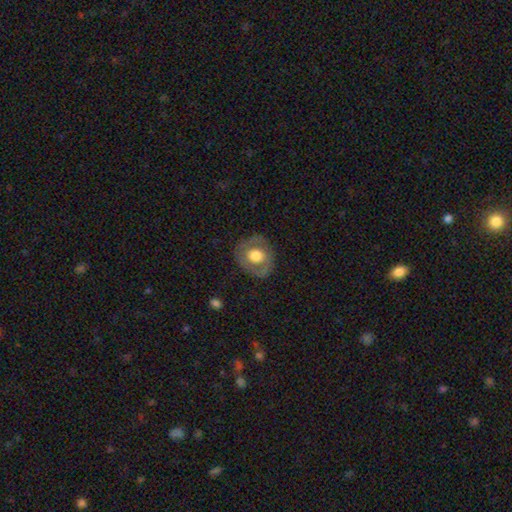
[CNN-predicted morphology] Smooth or featured? Predicted: smooth (p=0.50). How rounded? Predicted: round (p=0.74). Merging? Predicted: none (p=0.79).